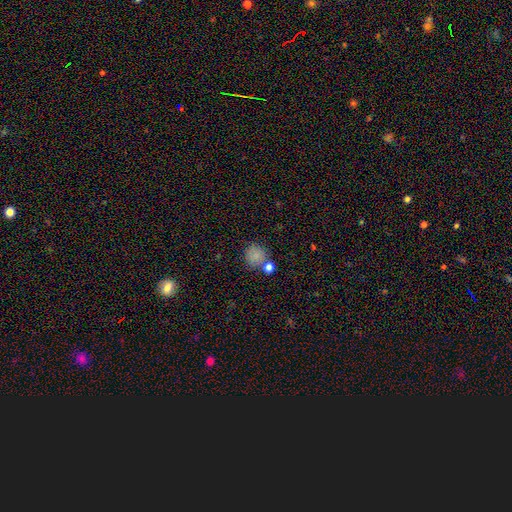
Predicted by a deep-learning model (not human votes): smooth_or_featured: smooth (p=0.82) [alt: star or artifact p=0.11]
how_rounded: round (p=0.87) [alt: in between p=0.12]
merging: none (p=0.68) [alt: merger p=0.16]